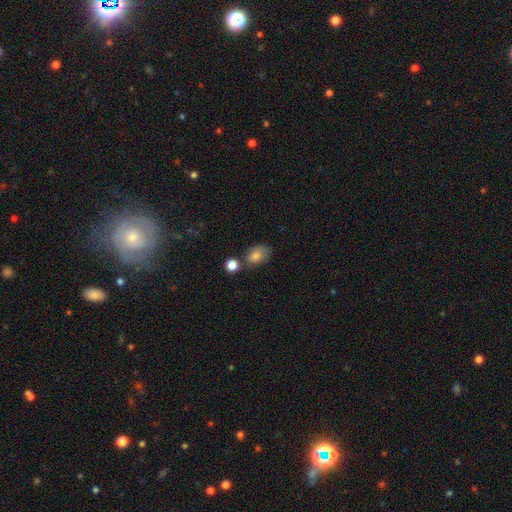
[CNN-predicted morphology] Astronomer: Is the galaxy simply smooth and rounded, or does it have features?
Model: smooth — 81%.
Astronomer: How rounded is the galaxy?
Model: in between — 75%.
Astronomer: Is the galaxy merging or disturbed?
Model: none — 56%.